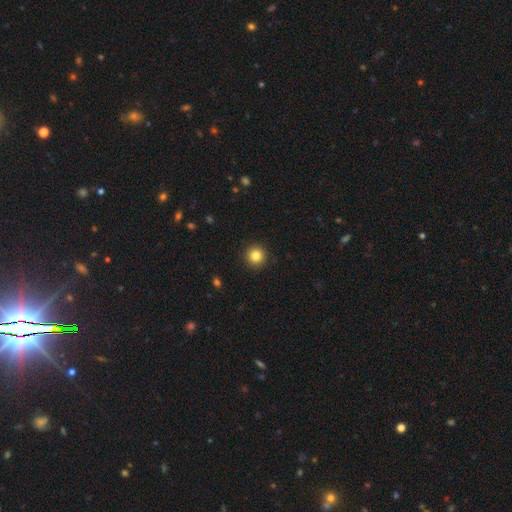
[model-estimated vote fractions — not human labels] smooth-or-featured: smooth: 83% | star or artifact: 11% | featured or disk: 6%
  how-rounded: round: 96% | in between: 3% | cigar-shaped: 1%
  merging: none: 93% | minor disturbance: 5% | major disturbance: 2% | merger: 1%